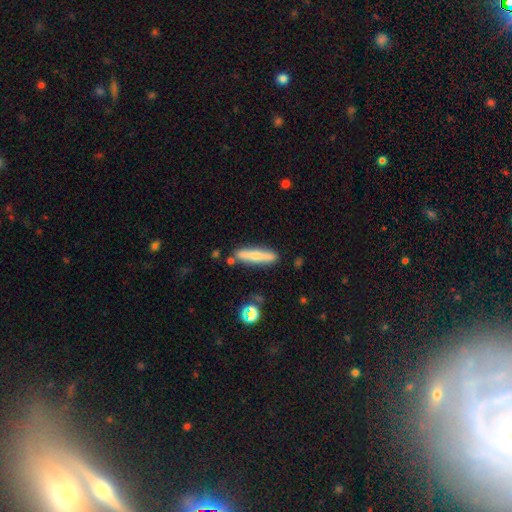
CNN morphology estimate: This is likely a smooth galaxy (63%). How rounded: clearly cigar-shaped (89%). Merging: clearly none (83%).